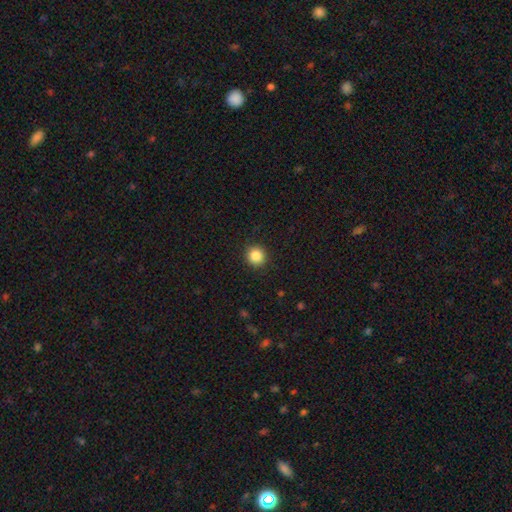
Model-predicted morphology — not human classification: A smooth galaxy with no disk features (86%) that is round (93%).

Vote fractions:
- Smooth or featured? smooth: 86% / star or artifact: 10% / featured or disk: 4%
- How rounded? round: 93% / in between: 6% / cigar-shaped: 1%
- Merging? none: 92% / minor disturbance: 5% / major disturbance: 2% / merger: 1%